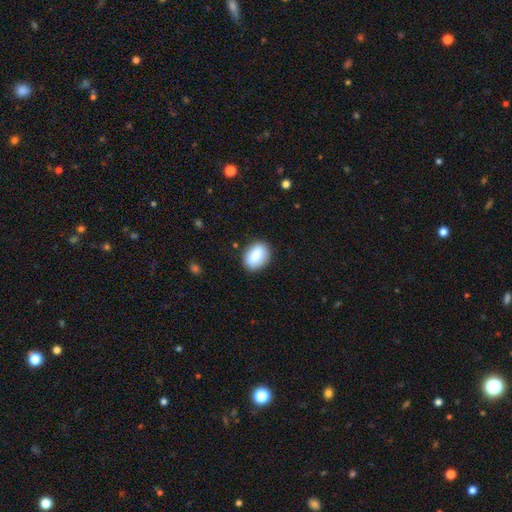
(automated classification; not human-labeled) Overall: smooth (85%). How rounded: in between (82%). Merging: none (85%).